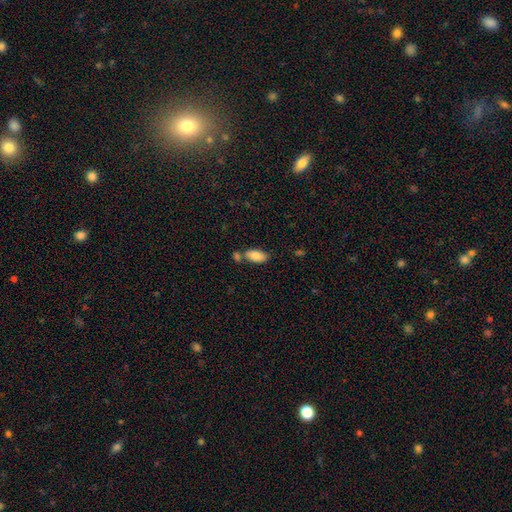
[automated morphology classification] Overall: smooth (85%). How rounded: in between (92%). Merging: none (60%; merger 23%).